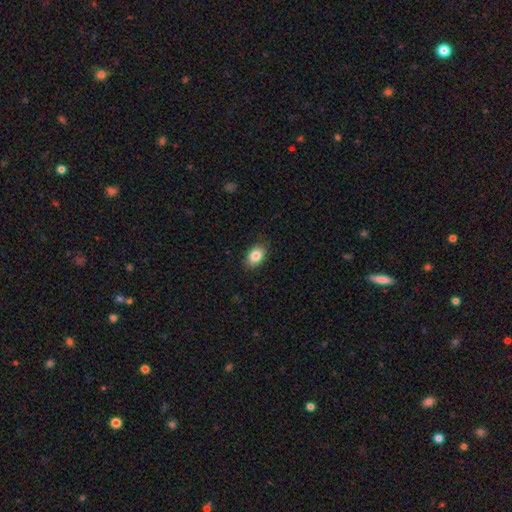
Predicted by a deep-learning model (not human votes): Overall: smooth (85%). How rounded: in between (86%). Merging: none (85%).